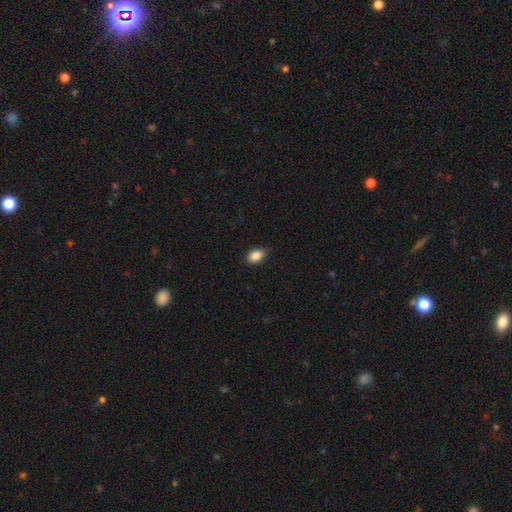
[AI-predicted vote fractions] smooth_or_featured: smooth (p=0.87) [alt: star or artifact p=0.08]
how_rounded: in between (p=0.85) [alt: round p=0.14]
merging: none (p=0.84) [alt: minor disturbance p=0.13]